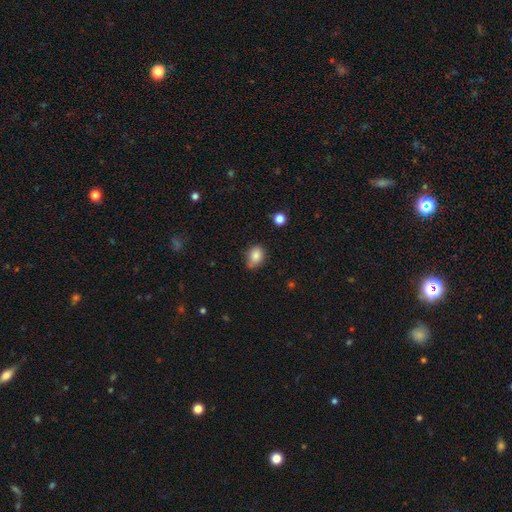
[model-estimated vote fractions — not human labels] A smooth galaxy with no disk features (83%) that is in between round and cigar-shaped (72%). Merging: none (62%).